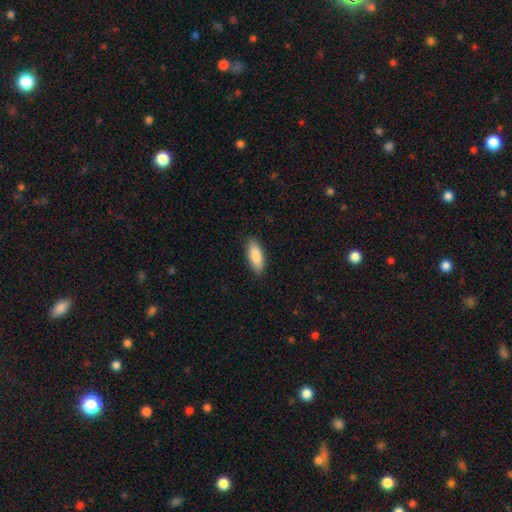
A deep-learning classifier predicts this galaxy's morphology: smooth 87%, featured or disk 8%, star or artifact 5%. Down the decision tree: how rounded — in between (77%); merging — none (89%).